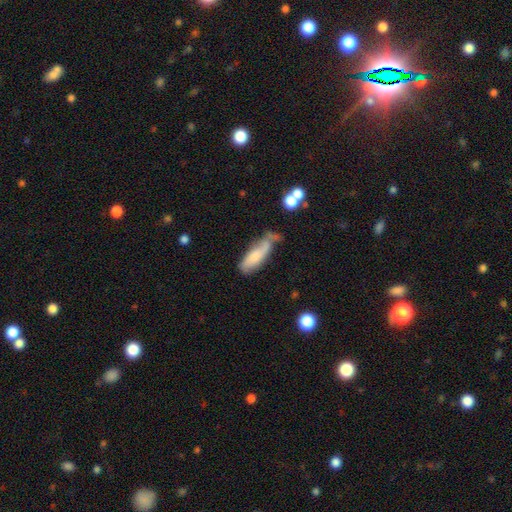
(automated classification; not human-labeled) Smooth or featured? Predicted: smooth (p=0.66). How rounded? Predicted: in between (p=0.54). Merging? Predicted: minor disturbance (p=0.36).